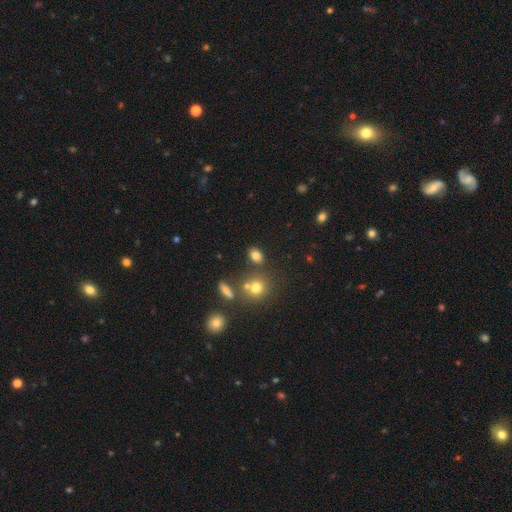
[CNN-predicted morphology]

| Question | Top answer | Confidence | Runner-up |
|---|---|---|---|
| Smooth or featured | smooth | 78% | star or artifact (14%) |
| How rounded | in between | 70% | round (27%) |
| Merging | none | 72% | minor disturbance (12%) |